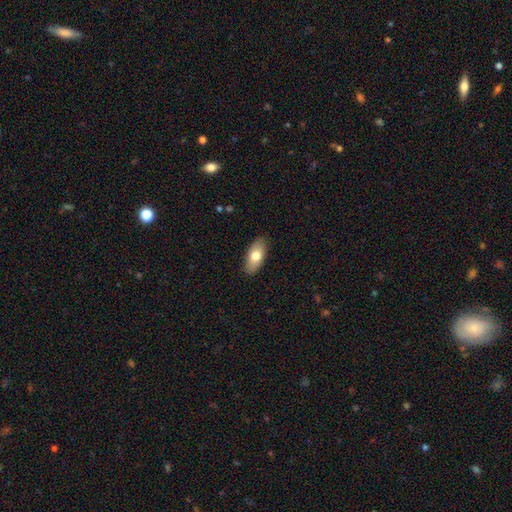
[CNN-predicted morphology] Overall: smooth (74%). How rounded: in between (88%). Merging: none (87%).